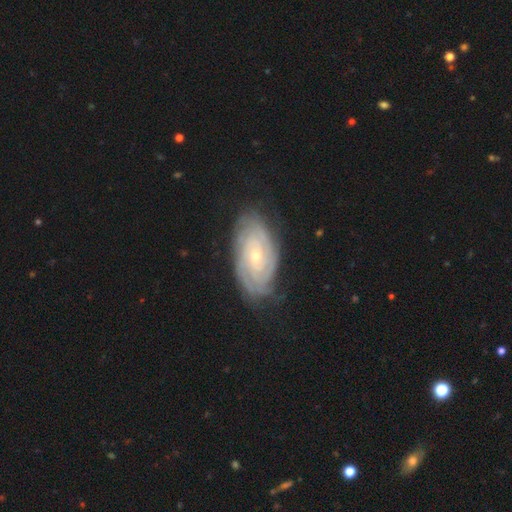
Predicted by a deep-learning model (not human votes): Smooth or featured: featured or disk — 83% (smooth — 11%)
Edge-on disk: no — 95% (yes — 5%)
Bar: no — 65% (weak — 27%)
Spiral arms: yes — 96% (no — 4%)
Spiral winding: tight — 83% (medium — 14%)
Spiral arm count: can't tell — 34% (2 — 24%)
Bulge size: small — 68% (moderate — 29%)
Merging: none — 79% (minor disturbance — 16%)